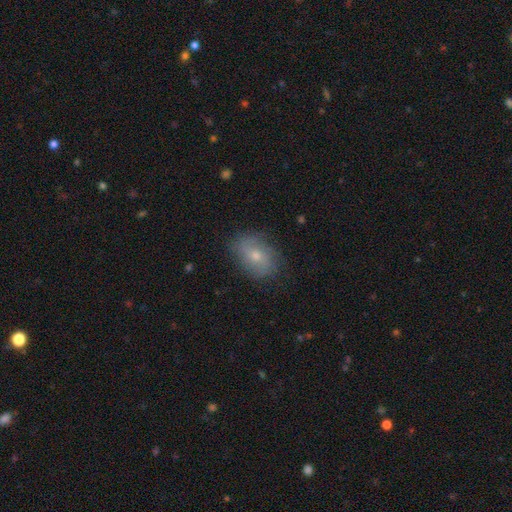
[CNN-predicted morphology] smooth_or_featured: smooth (p=0.55) [alt: featured or disk p=0.35]
how_rounded: in between (p=0.77) [alt: round p=0.22]
merging: none (p=0.76) [alt: minor disturbance p=0.17]